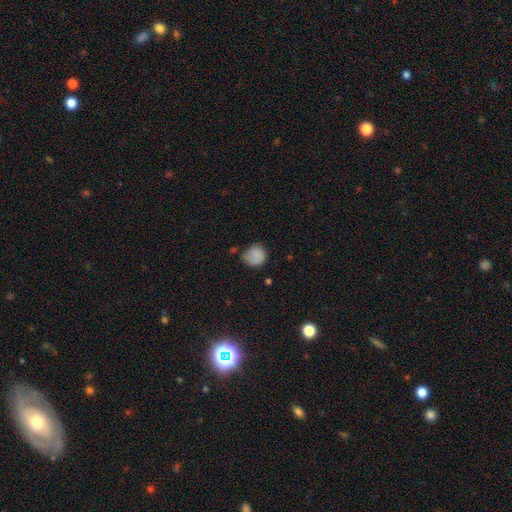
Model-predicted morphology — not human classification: Smooth or featured?
  - smooth: 85% *
  - star or artifact: 9%
  - featured or disk: 6%
How rounded?
  - round: 82% *
  - in between: 17%
  - cigar-shaped: 1%
Merging?
  - none: 63% *
  - minor disturbance: 28%
  - major disturbance: 6%
  - merger: 3%